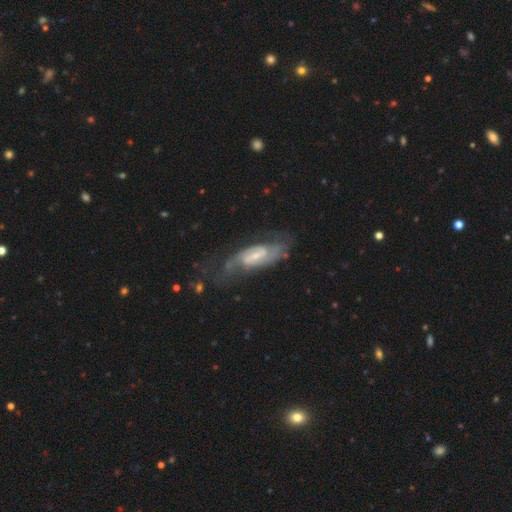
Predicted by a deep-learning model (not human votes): Morphology: type=featured or disk (82%); edge-on=no (91%); bar=weak (51%); spiral arms=yes (93%); winding=medium (48%); arm count=2 (73%); bulge=small (62%); merging=none (59%).